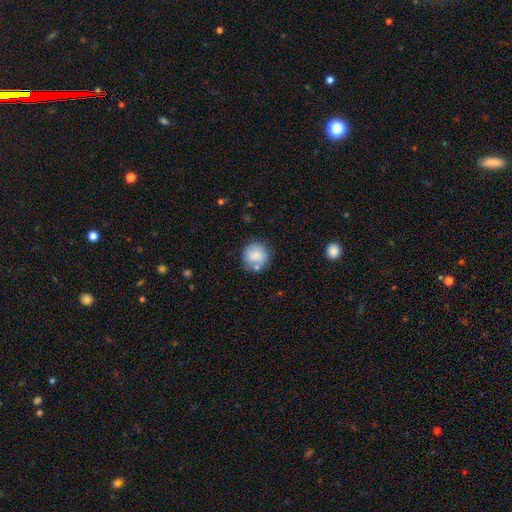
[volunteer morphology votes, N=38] smooth_or_featured: smooth (p=0.61) [alt: featured or disk p=0.32]
how_rounded: round (p=0.91) [alt: in between p=0.09]
merging: none (p=0.54) [alt: minor disturbance p=0.26]